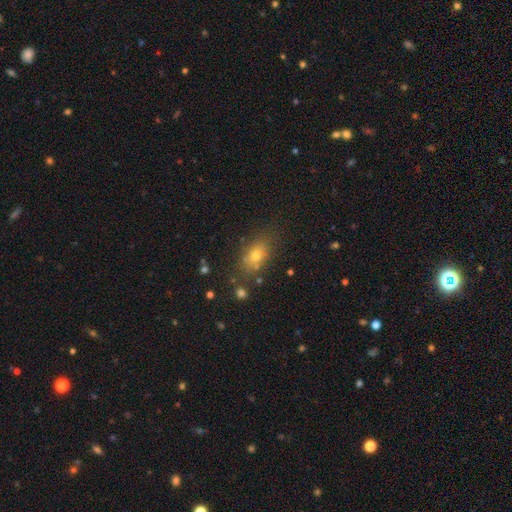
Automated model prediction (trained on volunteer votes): Q: Smooth or featured?
A: smooth (69%); runner-up: star or artifact (17%)
Q: How rounded?
A: in between (74%); runner-up: round (21%)
Q: Merging?
A: none (77%); runner-up: minor disturbance (13%)